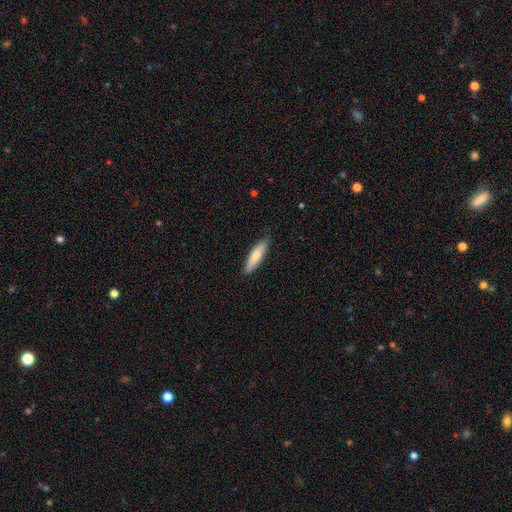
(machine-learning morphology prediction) smooth 73%, featured or disk 21%, star or artifact 5%. Down the decision tree: how rounded — cigar-shaped (71%); merging — none (85%).